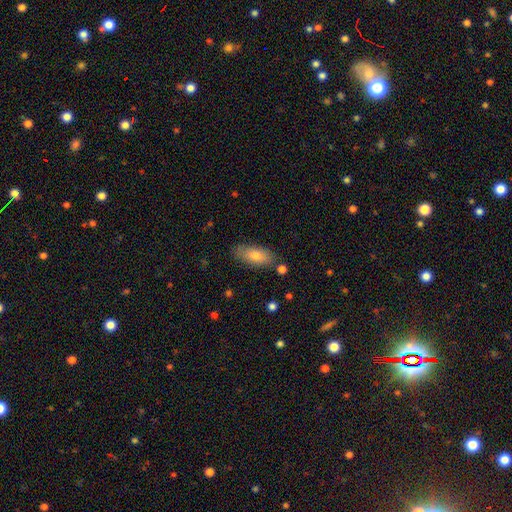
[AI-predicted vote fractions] A smooth galaxy with no disk features (76%) that is in between round and cigar-shaped (82%).

Vote fractions:
- Smooth or featured? smooth: 76% / featured or disk: 17% / star or artifact: 7%
- How rounded? in between: 82% / cigar-shaped: 16% / round: 3%
- Merging? none: 80% / minor disturbance: 14% / merger: 3% / major disturbance: 3%